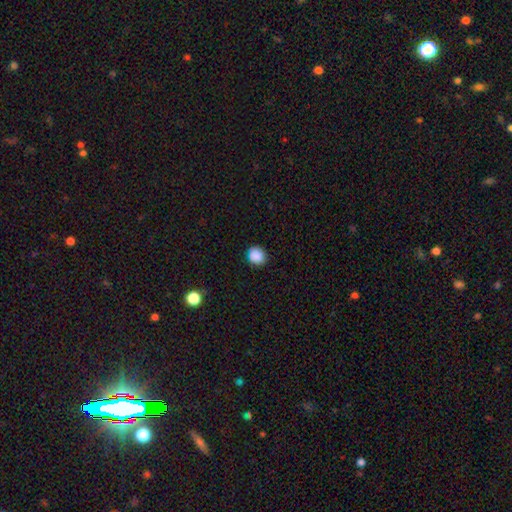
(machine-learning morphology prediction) The model was most divided on "how rounded": round: 82%, in between: 17%, cigar-shaped: 1%. More confident: smooth or featured — smooth (87%); merging — none (84%).